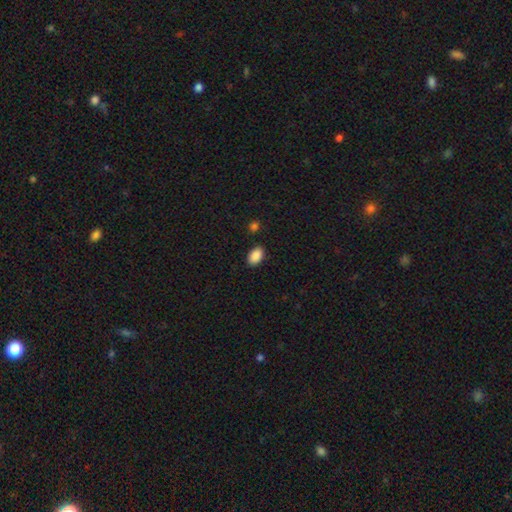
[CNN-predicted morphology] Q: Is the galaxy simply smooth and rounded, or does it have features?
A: smooth — 89%.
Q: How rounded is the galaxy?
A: in between — 91%.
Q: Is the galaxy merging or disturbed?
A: none — 86%.